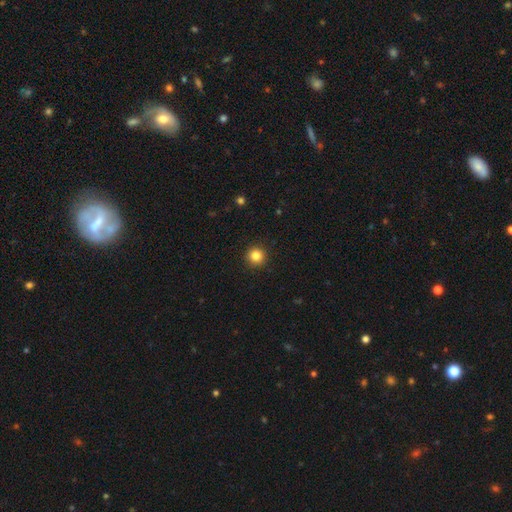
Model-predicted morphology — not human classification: smooth_or_featured: smooth (p=0.84) [alt: star or artifact p=0.11]
how_rounded: round (p=0.96) [alt: in between p=0.04]
merging: none (p=0.93) [alt: minor disturbance p=0.05]